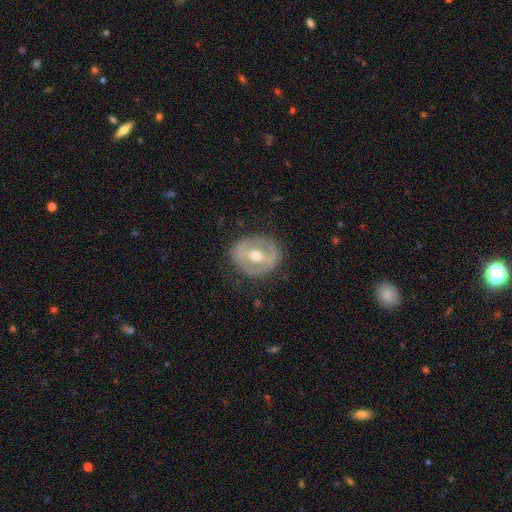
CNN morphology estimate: A featured or disk galaxy (71%) with a strong bar (48%), no spiral arms (68%) and a moderate central bulge (69%). Merging: none (80%).